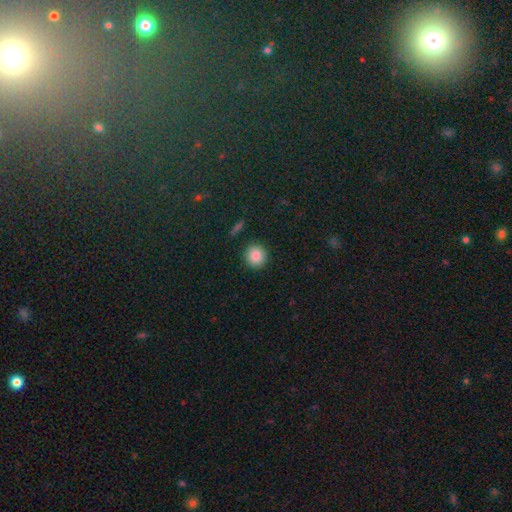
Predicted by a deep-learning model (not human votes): A smooth galaxy with no disk features (87%) that is round (90%).

Vote fractions:
- Smooth or featured? smooth: 87% / star or artifact: 9% / featured or disk: 4%
- How rounded? round: 90% / in between: 9% / cigar-shaped: 1%
- Merging? none: 91% / minor disturbance: 6% / major disturbance: 2% / merger: 1%